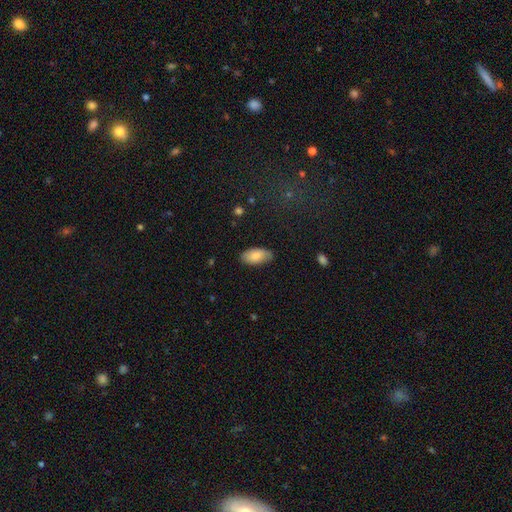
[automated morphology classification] This is clearly a smooth galaxy (83%). How rounded: clearly in between (94%). Merging: clearly none (83%).